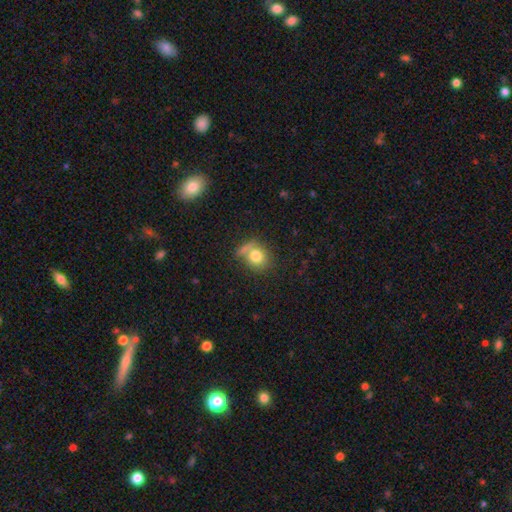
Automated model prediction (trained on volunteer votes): A smooth galaxy with no disk features (77%) that is round (74%). Merging: none (54%).